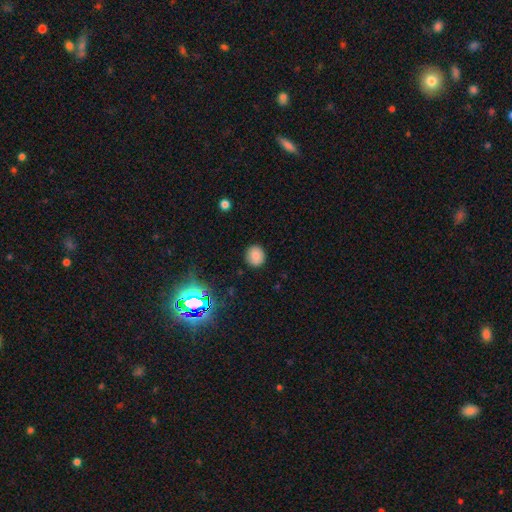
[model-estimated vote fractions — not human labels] smooth_or_featured: smooth (p=0.82) [alt: star or artifact p=0.13]
how_rounded: round (p=0.85) [alt: in between p=0.14]
merging: none (p=0.89) [alt: minor disturbance p=0.08]